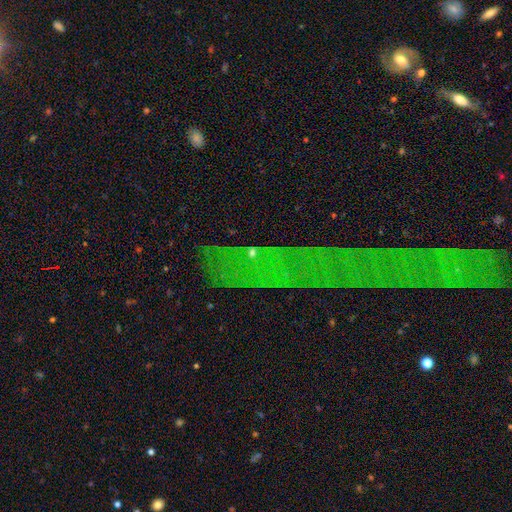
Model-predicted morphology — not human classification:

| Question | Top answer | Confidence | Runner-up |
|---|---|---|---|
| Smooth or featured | star or artifact | 80% | featured or disk (11%) |